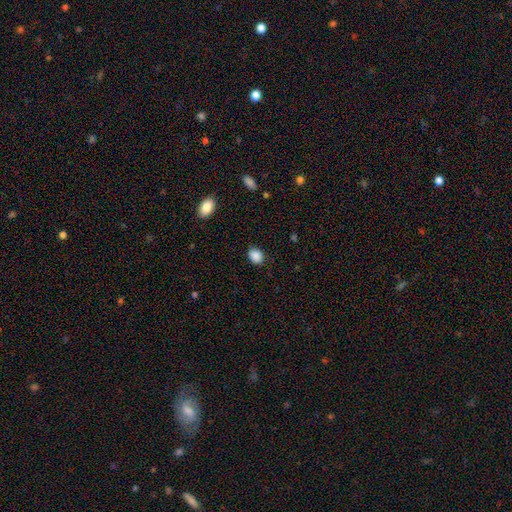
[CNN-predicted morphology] Q: Smooth or featured?
A: smooth (88%); runner-up: star or artifact (8%)
Q: How rounded?
A: in between (57%); runner-up: round (42%)
Q: Merging?
A: none (85%); runner-up: minor disturbance (11%)